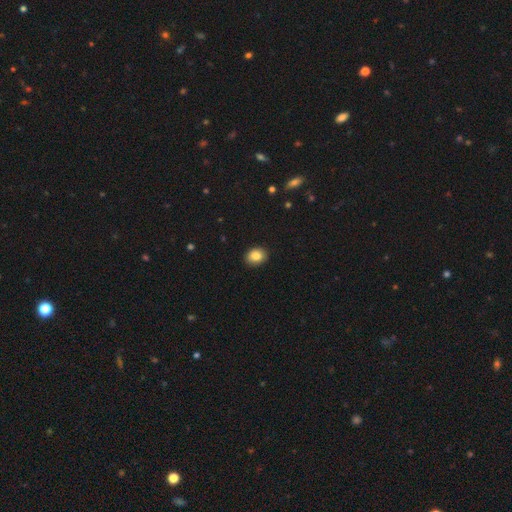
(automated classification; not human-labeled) Smooth or featured? Predicted: smooth (p=0.86). How rounded? Predicted: in between (p=0.50). Merging? Predicted: none (p=0.88).